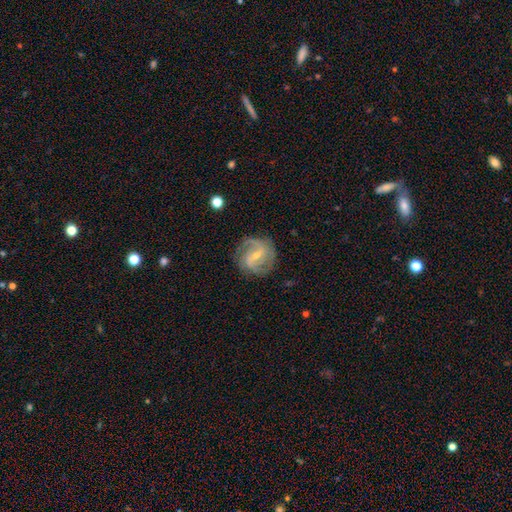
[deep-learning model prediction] smooth-or-featured: featured or disk: 84% | smooth: 10% | star or artifact: 6%
  disk-edge-on: no: 97% | yes: 3%
    bar: weak: 54% | strong: 27% | no: 19%
    has-spiral-arms: yes: 95% | no: 5%
      spiral-winding: medium: 48% | tight: 33% | loose: 19%
      spiral-arm-count: 2: 68% | can't tell: 12% | 3: 11% | 1: 4% | 4: 3% | more than 4: 2%
    bulge-size: small: 64% | moderate: 31% | none: 3% | large: 1% | dominant: 1%
  merging: none: 78% | minor disturbance: 15% | major disturbance: 6% | merger: 1%